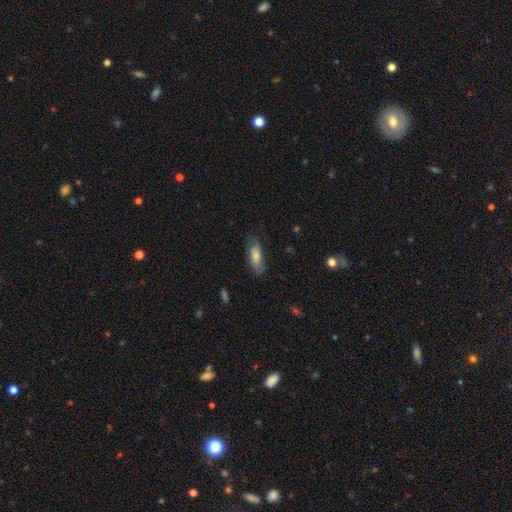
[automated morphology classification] This appears to be a smooth galaxy with no disk features (60%) that is in between round and cigar-shaped (74%). Merging: none (71%).